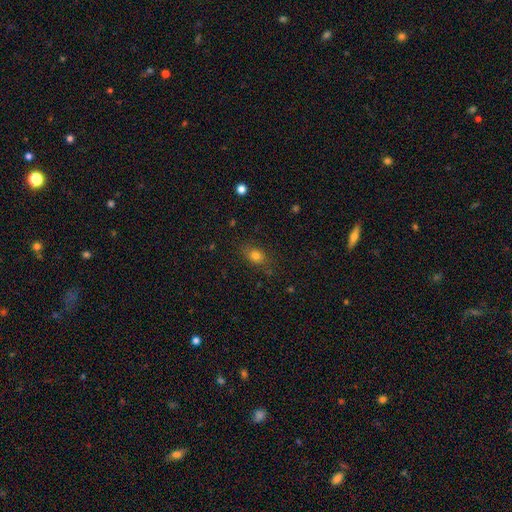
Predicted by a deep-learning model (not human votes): A smooth galaxy with no disk features (78%) that is in between round and cigar-shaped (59%).

Vote fractions:
- Smooth or featured? smooth: 78% / star or artifact: 13% / featured or disk: 9%
- How rounded? in between: 59% / round: 38% / cigar-shaped: 3%
- Merging? none: 79% / minor disturbance: 15% / major disturbance: 5% / merger: 2%